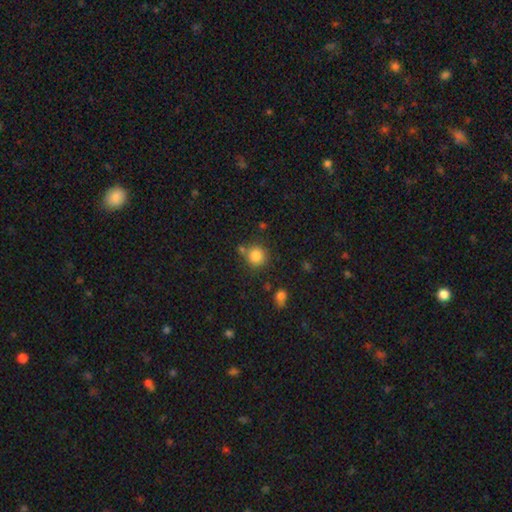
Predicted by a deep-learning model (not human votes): Smooth or featured? Predicted: smooth (p=0.85). How rounded? Predicted: round (p=0.90). Merging? Predicted: none (p=0.74).